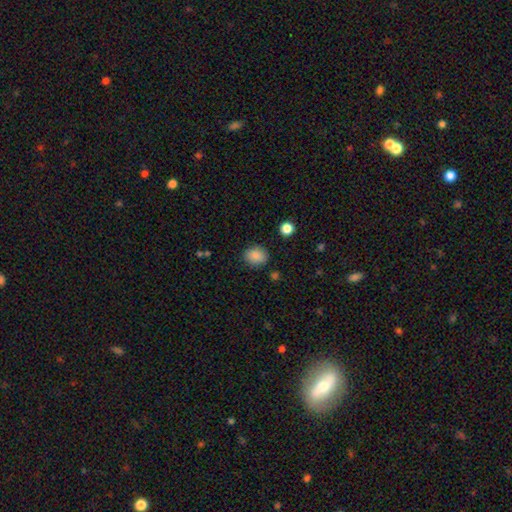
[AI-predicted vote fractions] A smooth galaxy with no disk features (87%) that is round (52%). Merging: none (85%).